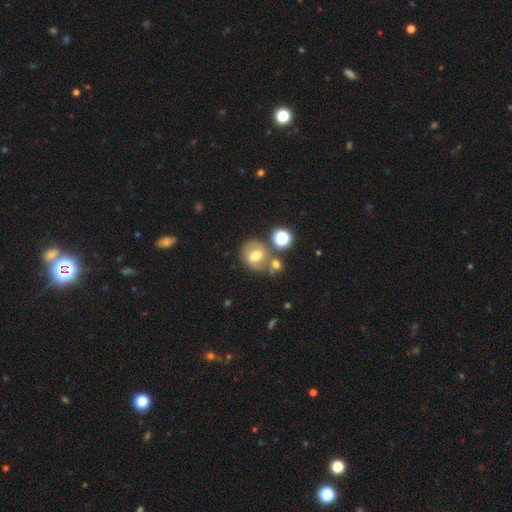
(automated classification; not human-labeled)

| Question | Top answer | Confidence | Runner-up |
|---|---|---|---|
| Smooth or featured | featured or disk | 48% | smooth (40%) |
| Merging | none | 58% | merger (19%) |